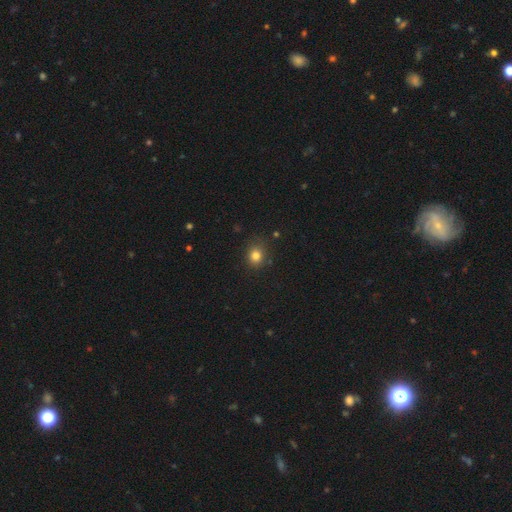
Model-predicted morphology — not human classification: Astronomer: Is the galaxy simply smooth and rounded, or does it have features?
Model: smooth — 80%.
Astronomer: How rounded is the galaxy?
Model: round — 68%.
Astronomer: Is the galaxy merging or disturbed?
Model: none — 80%.